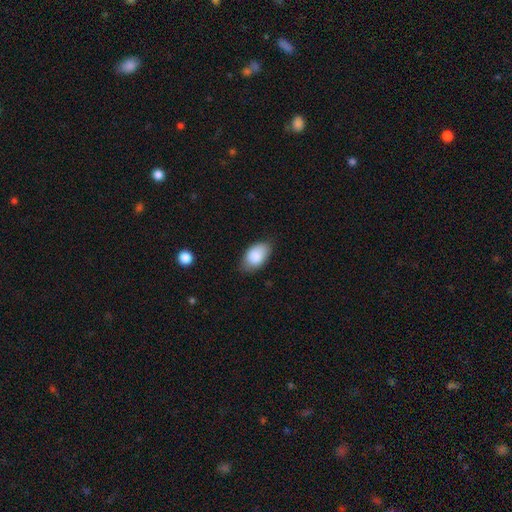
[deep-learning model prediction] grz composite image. It shows a smooth galaxy with no disk features (88%) that is in between round and cigar-shaped (93%). Merging: none (75%).